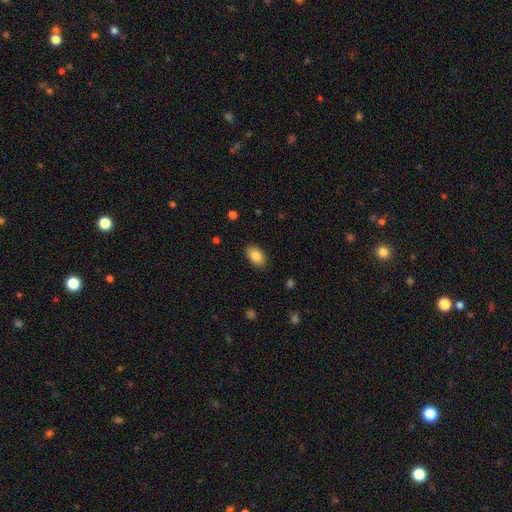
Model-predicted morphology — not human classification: type=smooth (85%); roundness=in between (93%); merging=none (88%).